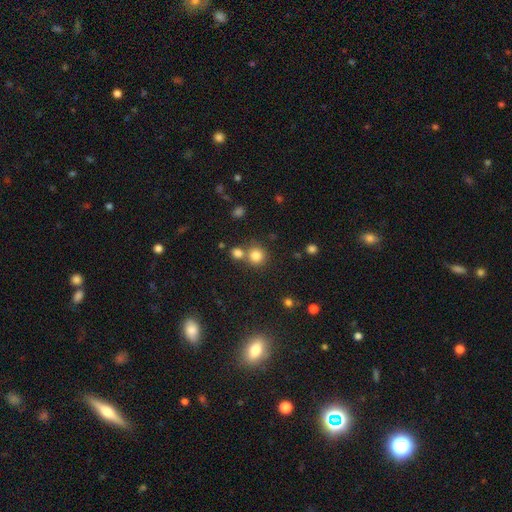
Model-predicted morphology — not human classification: Q: Smooth or featured?
A: smooth (80%); runner-up: star or artifact (13%)
Q: How rounded?
A: round (90%); runner-up: in between (9%)
Q: Merging?
A: none (64%); runner-up: merger (26%)